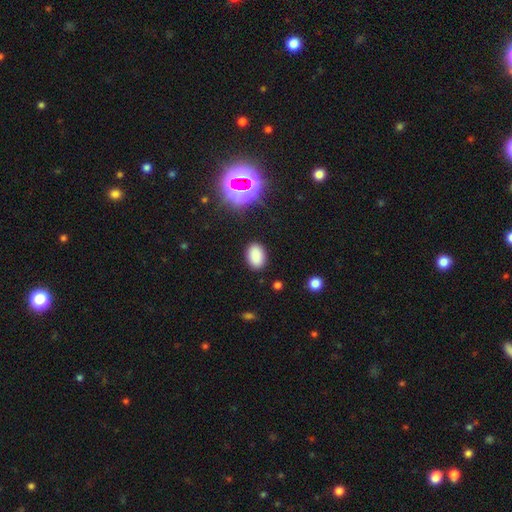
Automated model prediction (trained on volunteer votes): The model was most divided on "smooth or featured": smooth: 83%, star or artifact: 13%, featured or disk: 4%. More confident: merging — none (86%); how rounded — in between (86%).